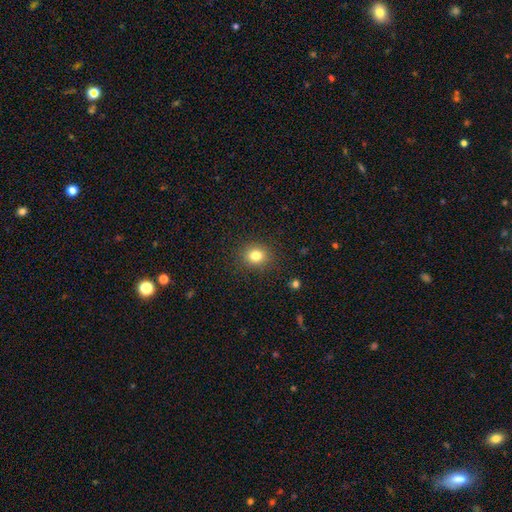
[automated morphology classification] A smooth galaxy with no disk features (81%) that is round (72%). Merging: none (88%).